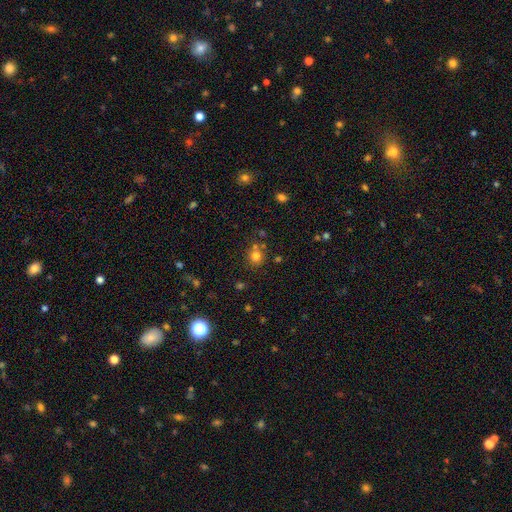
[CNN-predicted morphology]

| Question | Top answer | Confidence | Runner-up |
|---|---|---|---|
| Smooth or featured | smooth | 77% | star or artifact (15%) |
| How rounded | round | 84% | in between (15%) |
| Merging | none | 70% | merger (15%) |